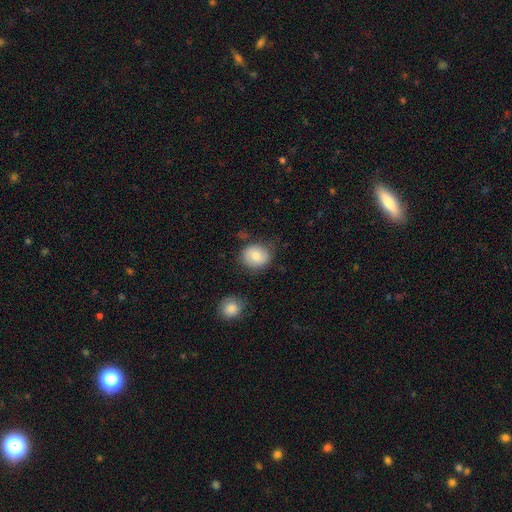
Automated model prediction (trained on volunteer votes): Q: Smooth or featured?
A: smooth (78%); runner-up: featured or disk (14%)
Q: How rounded?
A: round (80%); runner-up: in between (20%)
Q: Merging?
A: none (76%); runner-up: minor disturbance (16%)